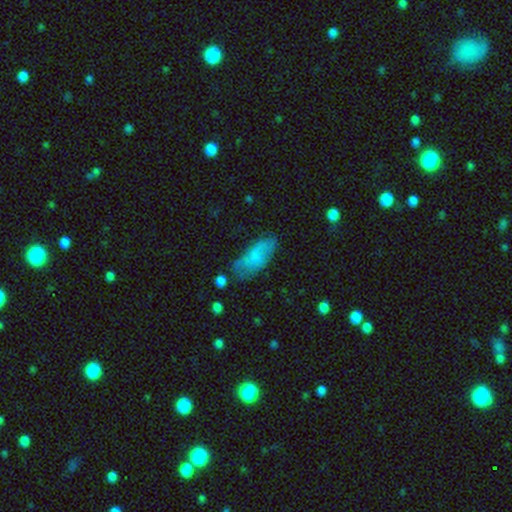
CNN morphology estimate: A smooth galaxy with no disk features (71%) that is in between round and cigar-shaped (84%).

Vote fractions:
- Smooth or featured? smooth: 71% / featured or disk: 21% / star or artifact: 8%
- How rounded? in between: 84% / cigar-shaped: 13% / round: 2%
- Merging? none: 59% / minor disturbance: 27% / major disturbance: 11% / merger: 3%